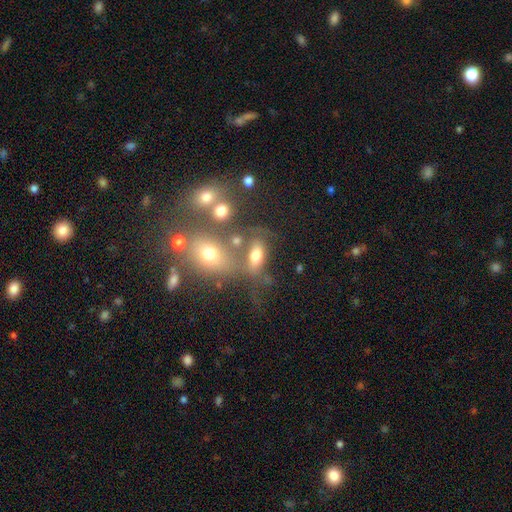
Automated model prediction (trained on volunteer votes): A smooth galaxy with no disk features (67%) that is in between round and cigar-shaped (79%). Merging: none (40%).